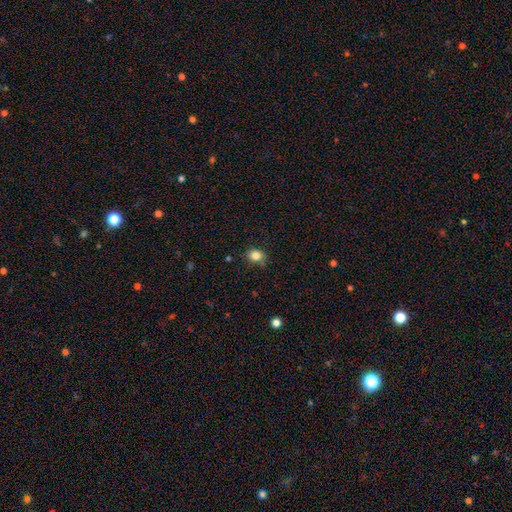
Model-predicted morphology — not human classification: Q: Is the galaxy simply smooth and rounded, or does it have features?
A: smooth — 84%.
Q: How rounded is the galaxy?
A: round — 58%.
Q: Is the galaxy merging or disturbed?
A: none — 80%.